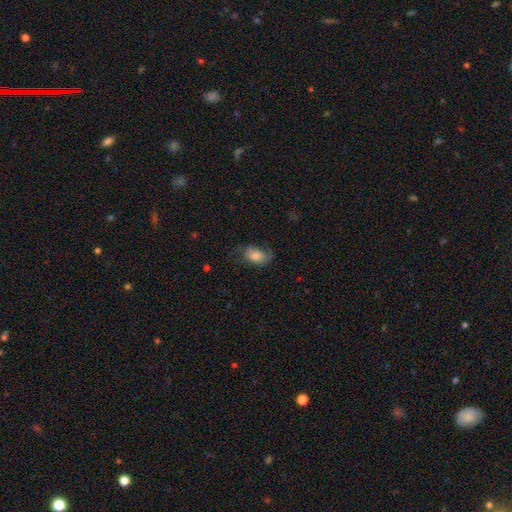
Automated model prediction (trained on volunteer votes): Smooth or featured: smooth — 69% (featured or disk — 22%)
How rounded: in between — 87% (round — 11%)
Merging: none — 46% (minor disturbance — 29%)